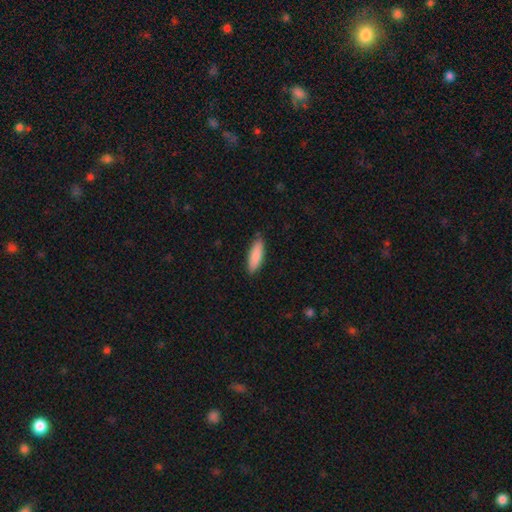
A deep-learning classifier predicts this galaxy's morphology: Smooth or featured? Predicted: smooth (p=0.87). How rounded? Predicted: cigar-shaped (p=0.52). Merging? Predicted: none (p=0.86).